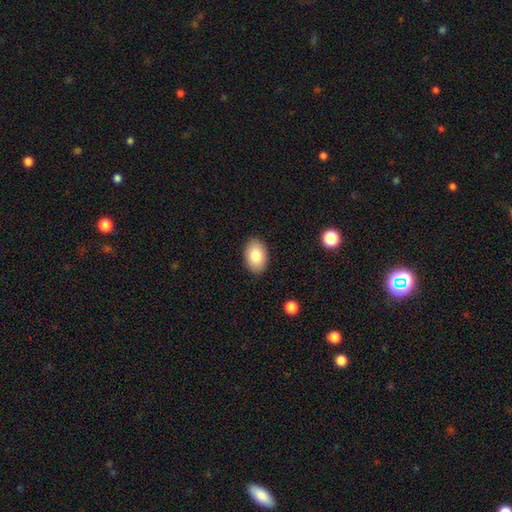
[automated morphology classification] Smooth or featured?
  - smooth: 84% *
  - featured or disk: 9%
  - star or artifact: 7%
How rounded?
  - in between: 89% *
  - round: 10%
  - cigar-shaped: 1%
Merging?
  - none: 89% *
  - minor disturbance: 8%
  - major disturbance: 2%
  - merger: 1%